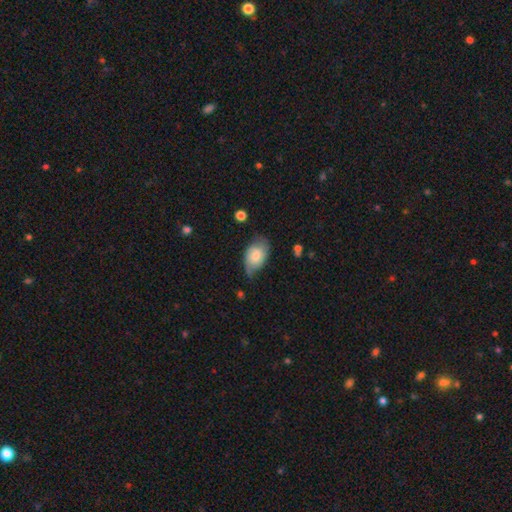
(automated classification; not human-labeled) Overall: smooth (54%; featured or disk 39%). How rounded: in between (87%). Merging: none (52%; minor disturbance 35%).